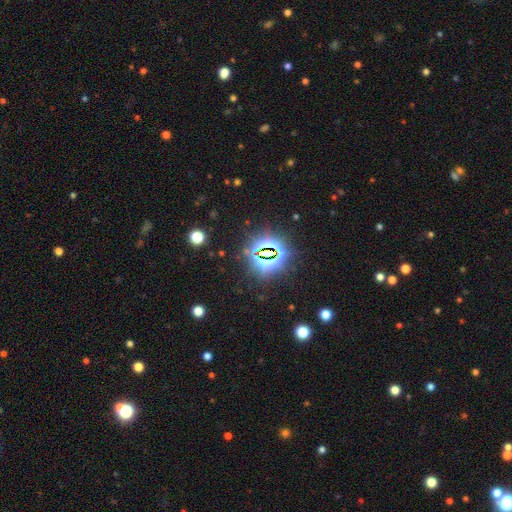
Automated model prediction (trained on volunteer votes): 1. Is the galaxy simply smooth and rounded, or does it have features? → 81% star or artifact, 11% smooth, 8% featured or disk.